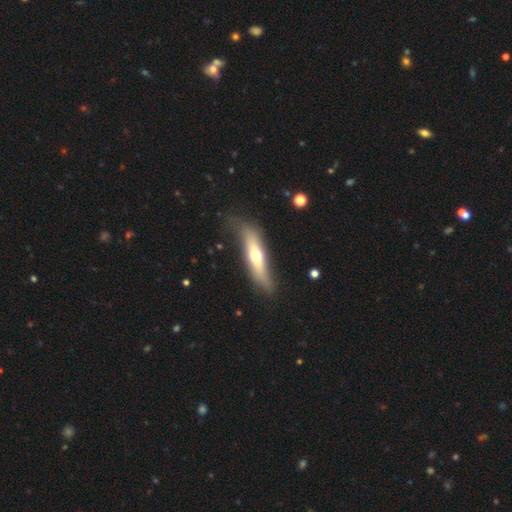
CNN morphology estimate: The model was most divided on "smooth or featured": featured or disk: 48%, smooth: 46%, star or artifact: 6%. More confident: merging — none (72%).